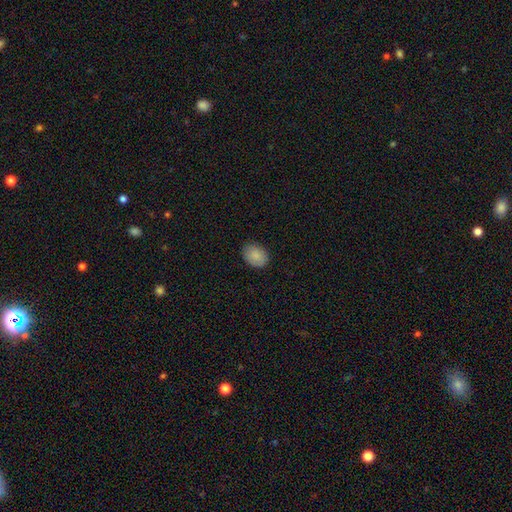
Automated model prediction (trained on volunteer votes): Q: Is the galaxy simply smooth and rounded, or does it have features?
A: smooth — 88%.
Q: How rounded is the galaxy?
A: in between — 71%.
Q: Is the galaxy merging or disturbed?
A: none — 86%.